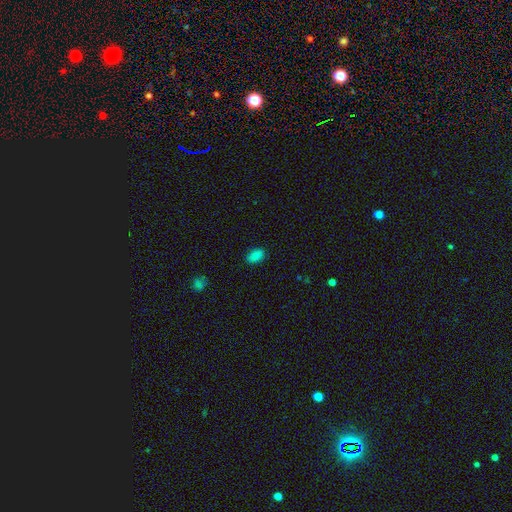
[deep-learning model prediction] A smooth galaxy with no disk features (86%) that is in between round and cigar-shaped (91%).

Vote fractions:
- Smooth or featured? smooth: 86% / star or artifact: 11% / featured or disk: 4%
- How rounded? in between: 91% / round: 7% / cigar-shaped: 2%
- Merging? none: 87% / minor disturbance: 10% / major disturbance: 2% / merger: 1%